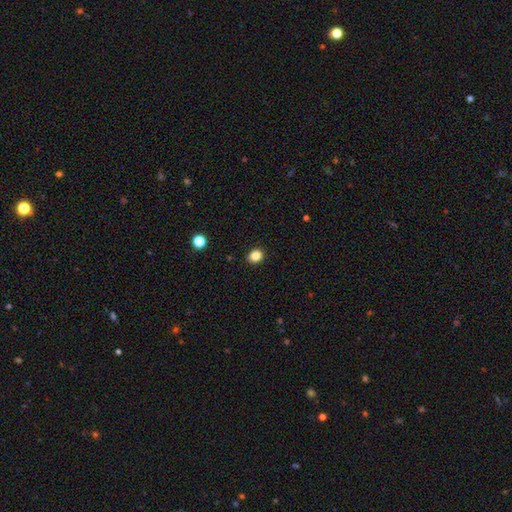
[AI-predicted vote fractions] Smooth or featured? Predicted: smooth (p=0.84). How rounded? Predicted: round (p=0.68). Merging? Predicted: none (p=0.91).